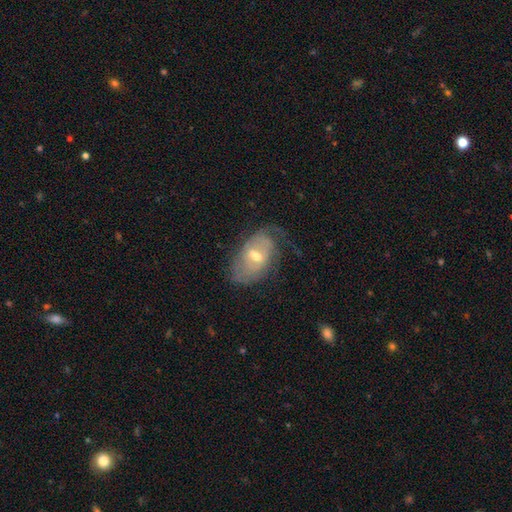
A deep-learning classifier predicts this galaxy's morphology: Smooth or featured?
  - featured or disk: 70% *
  - smooth: 22%
  - star or artifact: 8%
Edge-on disk?
  - no: 93% *
  - yes: 7%
Bar?
  - weak: 51% *
  - no: 35%
  - strong: 15%
Spiral arms?
  - yes: 77% *
  - no: 23%
Spiral winding?
  - tight: 42% *
  - medium: 34%
  - loose: 24%
Spiral arm count?
  - can't tell: 40% *
  - 2: 37%
  - 1: 14%
  - 3: 5%
  - 4: 2%
  - more than 4: 2%
Bulge size?
  - moderate: 62% *
  - small: 33%
  - large: 3%
  - none: 1%
  - dominant: 1%
Merging?
  - none: 51% *
  - minor disturbance: 27%
  - major disturbance: 21%
  - merger: 2%